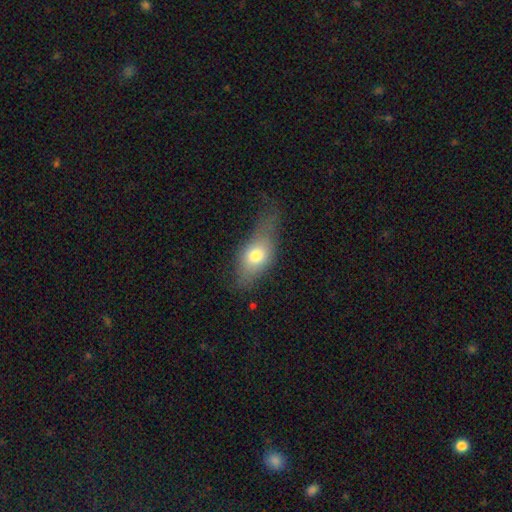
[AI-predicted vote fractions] A smooth galaxy with no disk features (70%) that is in between round and cigar-shaped (78%). Merging: none (49%).